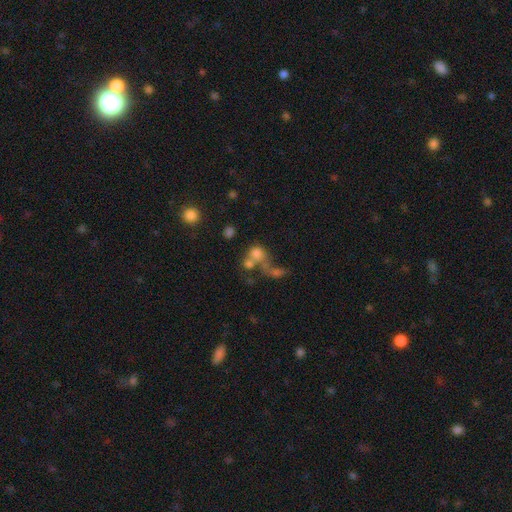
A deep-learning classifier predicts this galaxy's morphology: Smooth or featured? Predicted: smooth (p=0.66). How rounded? Predicted: round (p=0.64). Merging? Predicted: merger (p=0.53).